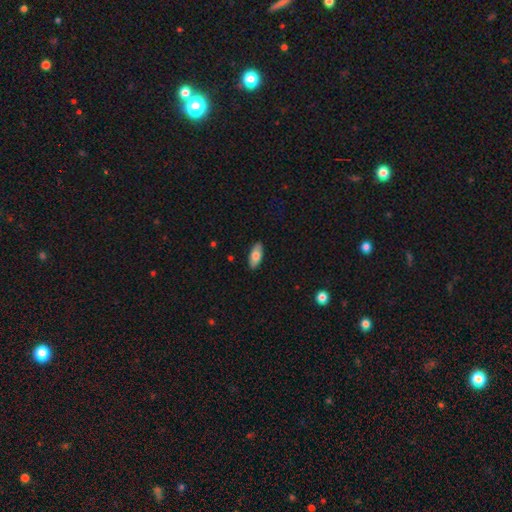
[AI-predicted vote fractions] The model was most divided on "smooth or featured": smooth: 74%, featured or disk: 20%, star or artifact: 6%. More confident: merging — none (88%); how rounded — in between (88%).